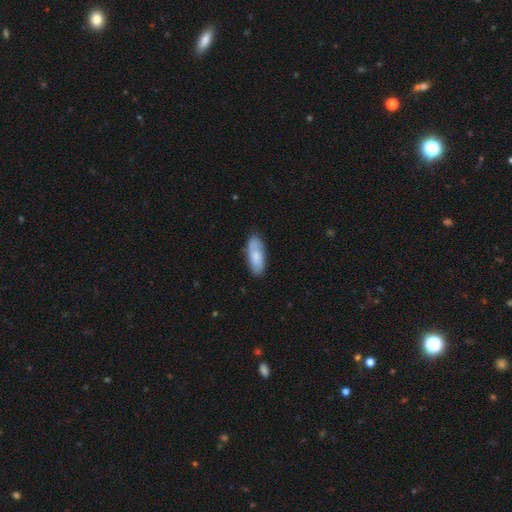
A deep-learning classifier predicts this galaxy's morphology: The model was most divided on "smooth or featured": smooth: 69%, featured or disk: 25%, star or artifact: 6%. More confident: merging — none (81%); how rounded — in between (80%).